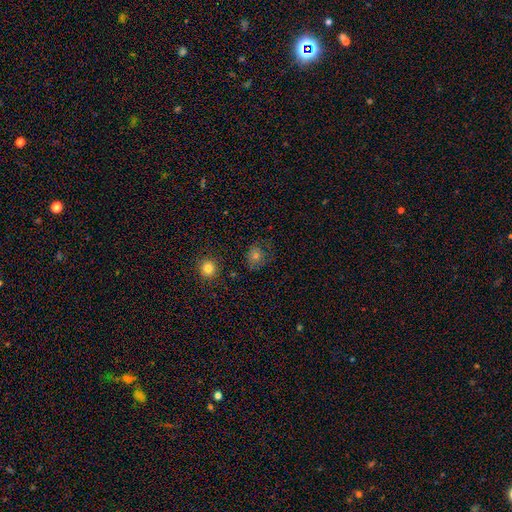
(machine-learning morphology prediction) The model was most divided on "smooth or featured": smooth: 64%, star or artifact: 19%, featured or disk: 17%. More confident: how rounded — round (78%); merging — none (69%).